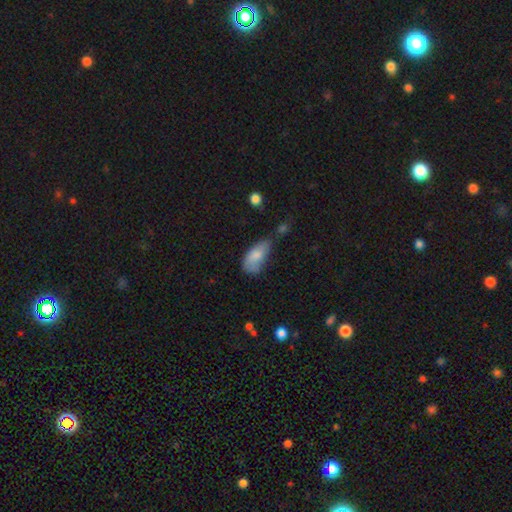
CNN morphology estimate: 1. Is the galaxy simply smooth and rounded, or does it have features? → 77% smooth, 16% featured or disk, 7% star or artifact.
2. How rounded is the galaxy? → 90% in between, 7% cigar-shaped, 3% round.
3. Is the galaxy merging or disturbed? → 38% minor disturbance, 35% none, 17% major disturbance, 10% merger.